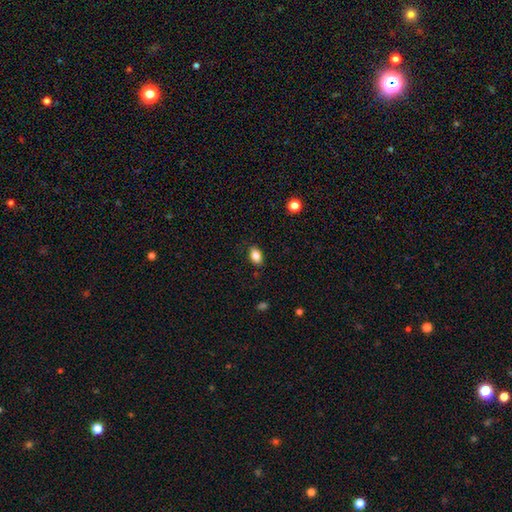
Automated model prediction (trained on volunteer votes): A smooth galaxy with no disk features (86%) that is in between round and cigar-shaped (87%). Merging: none (85%).